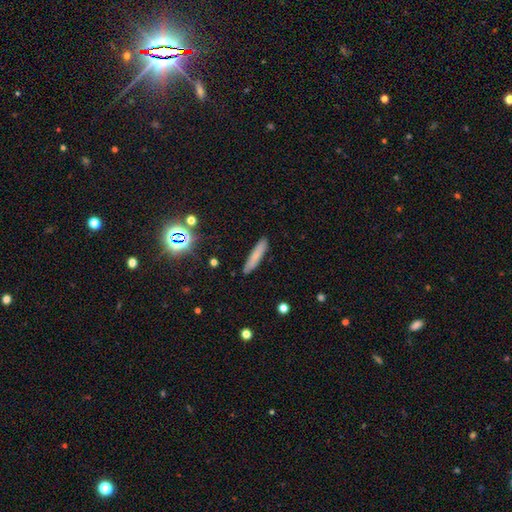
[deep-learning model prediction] smooth 73%, featured or disk 16%, star or artifact 10%. Down the decision tree: how rounded — cigar-shaped (88%); merging — none (87%).